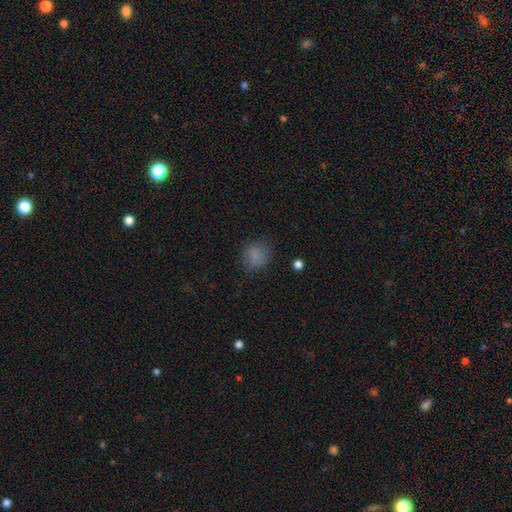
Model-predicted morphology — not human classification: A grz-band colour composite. It shows a smooth galaxy with no disk features (80%) that is round (76%). Merging: none (77%).